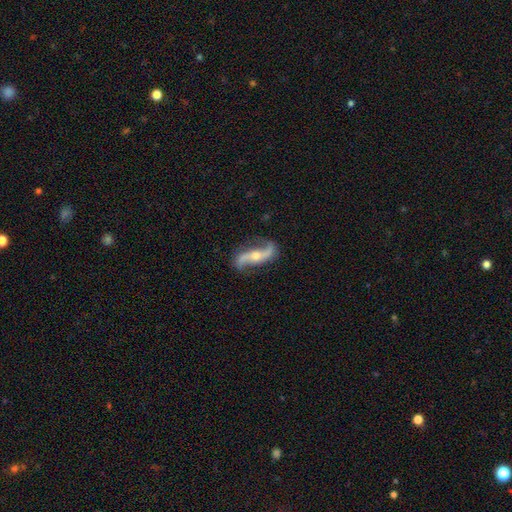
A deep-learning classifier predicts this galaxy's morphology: smooth_or_featured: featured or disk (p=0.90) [alt: smooth p=0.06]
disk_edge_on: no (p=0.92) [alt: yes p=0.08]
bar: no (p=0.50) [alt: weak p=0.26]
has_spiral_arms: yes (p=0.97) [alt: no p=0.03]
spiral_winding: loose (p=0.84) [alt: medium p=0.12]
spiral_arm_count: 2 (p=0.94) [alt: 1 p=0.02]
bulge_size: moderate (p=0.56) [alt: small p=0.39]
merging: none (p=0.82) [alt: minor disturbance p=0.12]